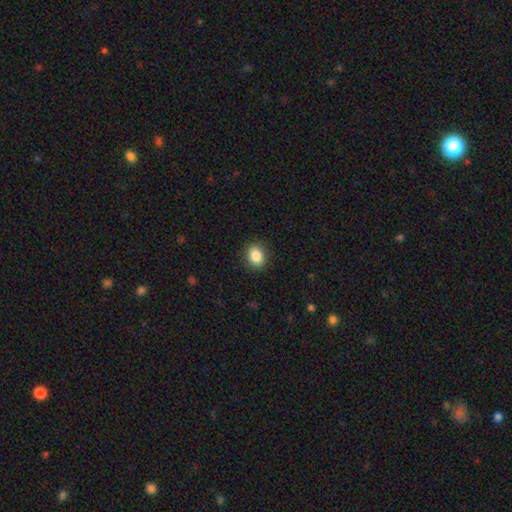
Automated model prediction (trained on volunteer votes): A smooth galaxy with no disk features (87%) that is in between round and cigar-shaped (61%). Merging: none (89%).